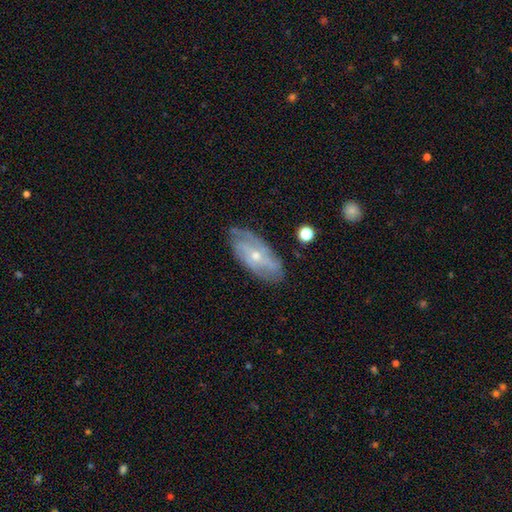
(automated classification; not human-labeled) A featured or disk galaxy (73%) with no bar (62%), tight (44%) spiral arms (86%) and a small central bulge (62%). Merging: none (72%).